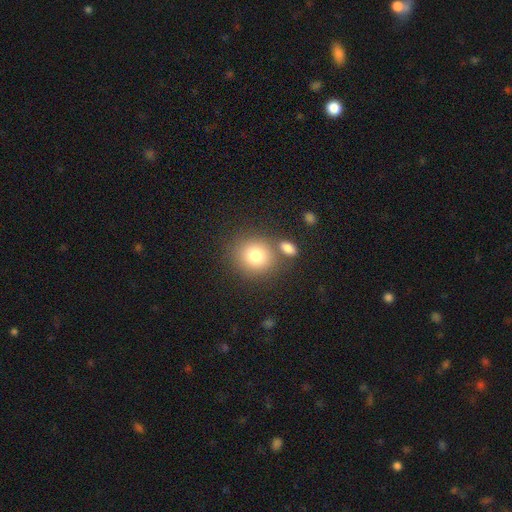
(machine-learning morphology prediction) The model was most divided on "merging": none: 70%, merger: 16%, minor disturbance: 10%, major disturbance: 4%. More confident: how rounded — round (83%); smooth or featured — smooth (80%).